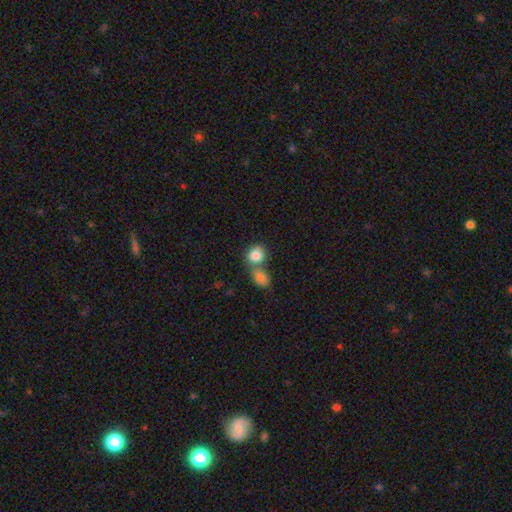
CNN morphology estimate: Smooth or featured: smooth — 83% (star or artifact — 9%)
How rounded: round — 72% (in between — 27%)
Merging: merger — 52% (none — 36%)